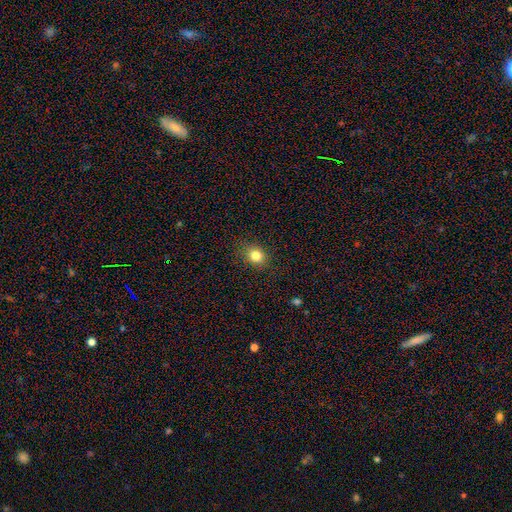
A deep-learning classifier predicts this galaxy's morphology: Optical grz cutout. It shows a smooth galaxy with no disk features (82%) that is round (66%). Merging: none (87%).